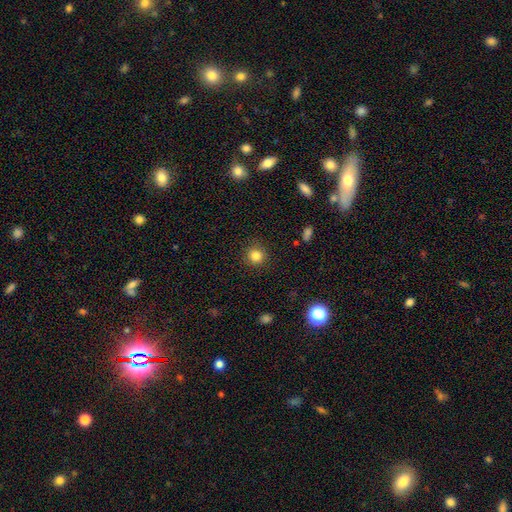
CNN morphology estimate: smooth_or_featured: smooth (p=0.83) [alt: star or artifact p=0.12]
how_rounded: round (p=0.93) [alt: in between p=0.06]
merging: none (p=0.90) [alt: minor disturbance p=0.07]